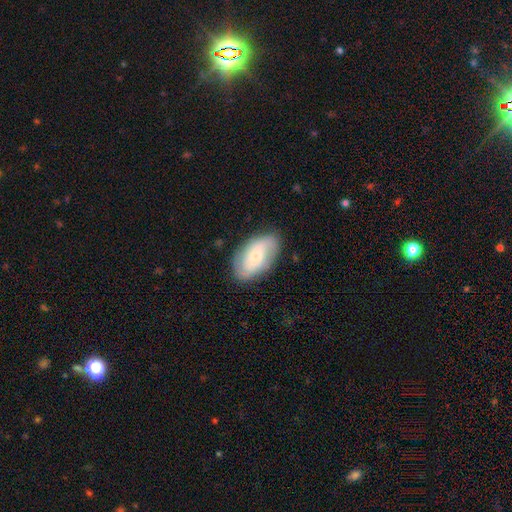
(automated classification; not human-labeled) Q: Smooth or featured?
A: featured or disk (50%); runner-up: smooth (44%)
Q: Merging?
A: none (82%); runner-up: minor disturbance (13%)